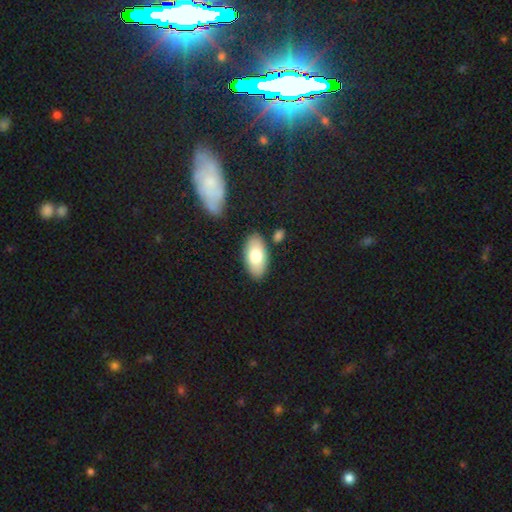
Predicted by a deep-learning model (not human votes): Smooth or featured? smooth (76%)
How rounded? in between (93%)
Merging? none (83%)